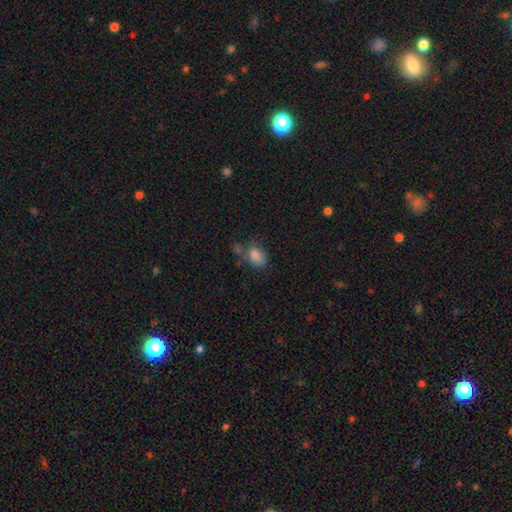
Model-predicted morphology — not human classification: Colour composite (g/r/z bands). It shows a smooth galaxy with no disk features (83%) that is in between round and cigar-shaped (81%). Merging: none (48%).